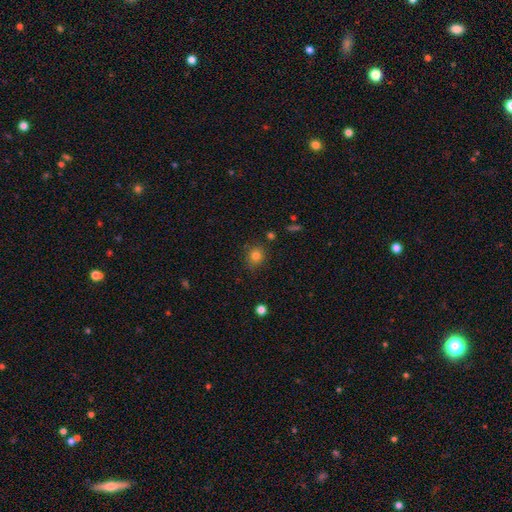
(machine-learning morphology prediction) smooth-or-featured: smooth: 81% | star or artifact: 13% | featured or disk: 6%
  how-rounded: round: 82% | in between: 17% | cigar-shaped: 1%
  merging: none: 80% | minor disturbance: 14% | major disturbance: 3% | merger: 3%